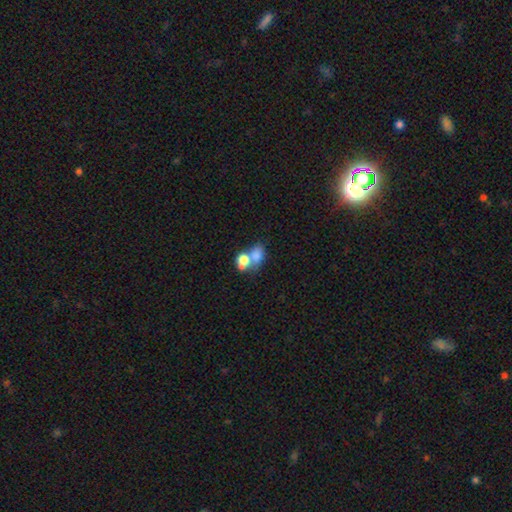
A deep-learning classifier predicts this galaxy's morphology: Smooth or featured: smooth — 74% (featured or disk — 17%)
How rounded: in between — 62% (round — 36%)
Merging: merger — 67% (none — 22%)